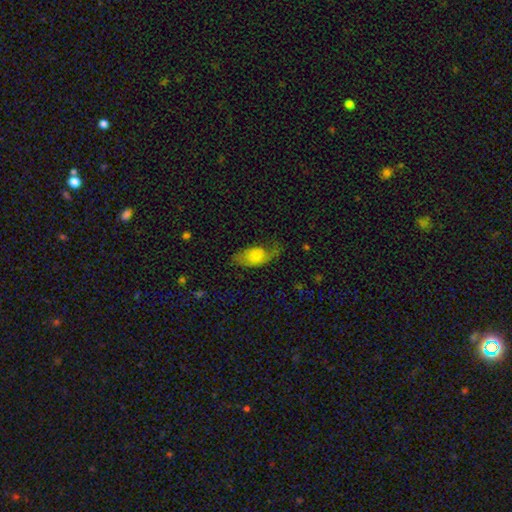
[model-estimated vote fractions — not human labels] A smooth galaxy with no disk features (59%) that is in between round and cigar-shaped (90%). Merging: none (37%).